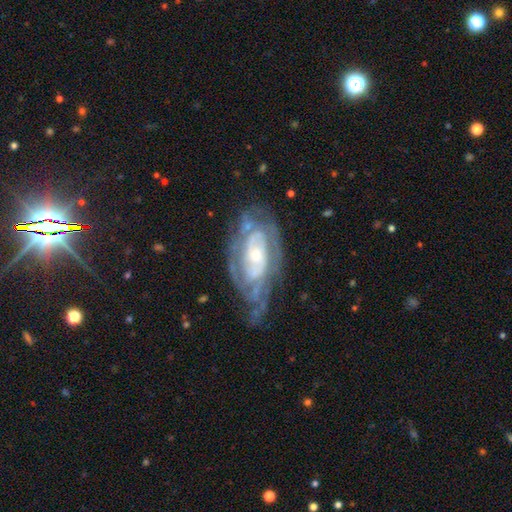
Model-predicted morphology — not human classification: type=featured or disk (85%); edge-on=no (94%); bar=no (65%); spiral arms=yes (90%); winding=tight (65%); arm count=can't tell (41%); bulge=small (58%); merging=none (61%).